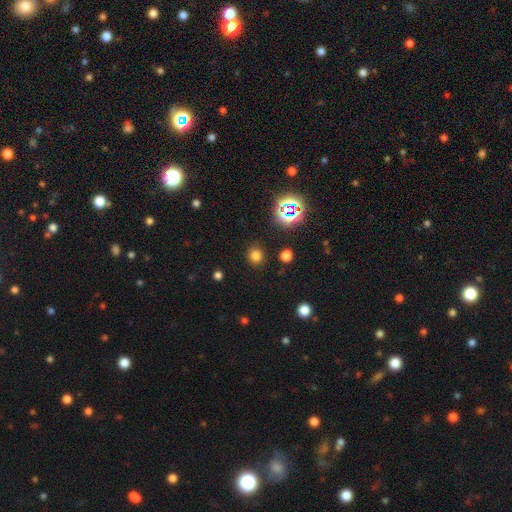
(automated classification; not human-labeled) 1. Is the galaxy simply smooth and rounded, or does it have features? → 74% smooth, 21% star or artifact, 5% featured or disk.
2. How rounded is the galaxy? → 89% round, 10% in between, 1% cigar-shaped.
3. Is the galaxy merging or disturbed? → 89% none, 6% minor disturbance, 3% major disturbance, 2% merger.